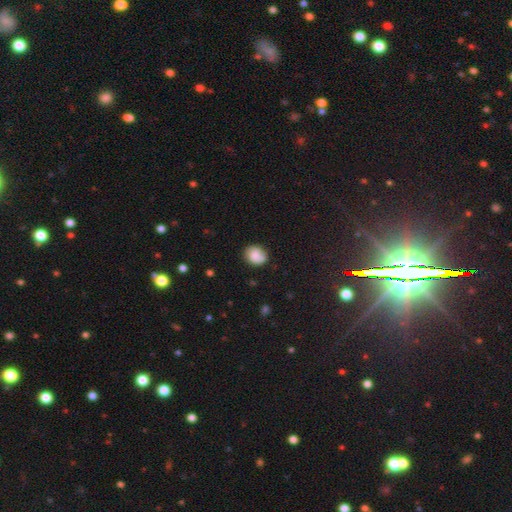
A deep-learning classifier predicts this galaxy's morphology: smooth-or-featured: smooth: 74% | featured or disk: 17% | star or artifact: 8%
  how-rounded: round: 54% | in between: 45% | cigar-shaped: 1%
  merging: none: 76% | minor disturbance: 18% | major disturbance: 4% | merger: 2%